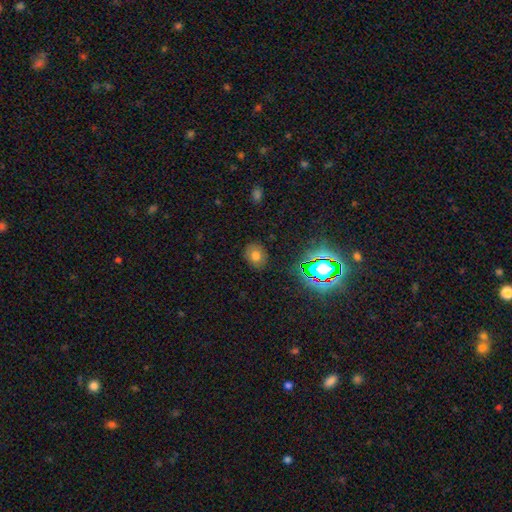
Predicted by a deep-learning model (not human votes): Smooth or featured: smooth — 69% (star or artifact — 20%)
How rounded: round — 61% (in between — 38%)
Merging: none — 85% (minor disturbance — 11%)